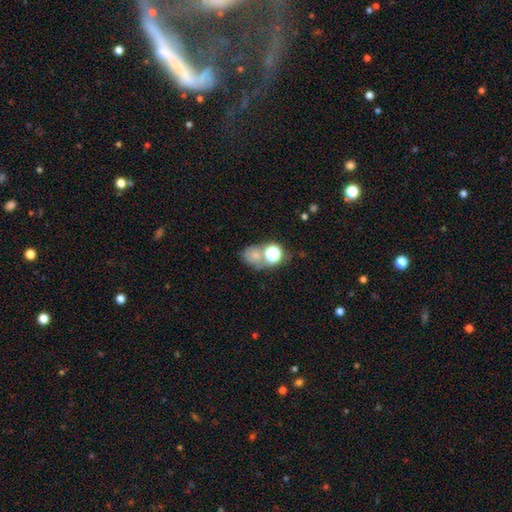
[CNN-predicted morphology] A smooth galaxy with no disk features (60%) that is round (60%).

Vote fractions:
- Smooth or featured? smooth: 60% / star or artifact: 23% / featured or disk: 17%
- How rounded? round: 60% / in between: 38% / cigar-shaped: 1%
- Merging? none: 40% / merger: 37% / minor disturbance: 13% / major disturbance: 10%